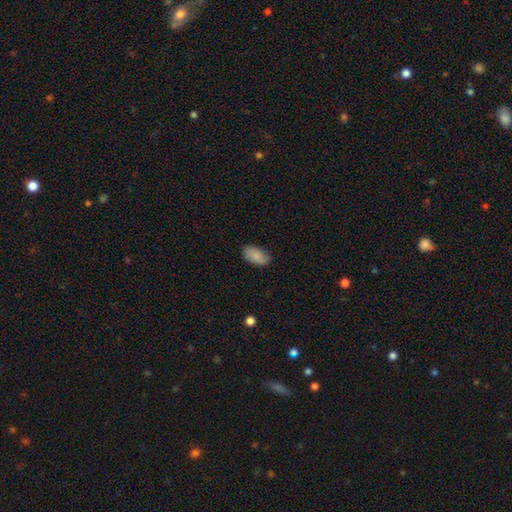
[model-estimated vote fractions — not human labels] smooth-or-featured: smooth: 86% | featured or disk: 7% | star or artifact: 7%
  how-rounded: in between: 94% | round: 4% | cigar-shaped: 2%
  merging: none: 81% | minor disturbance: 15% | major disturbance: 3% | merger: 1%